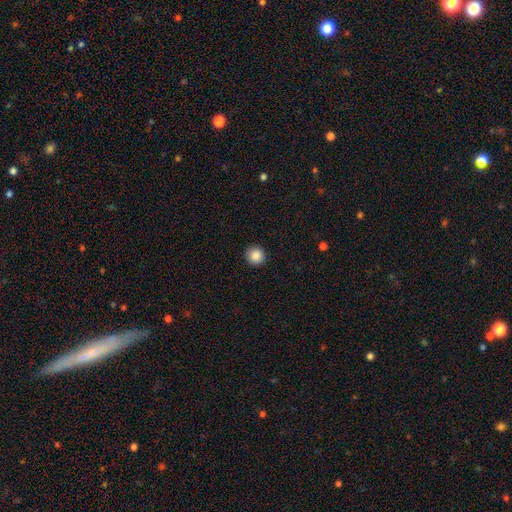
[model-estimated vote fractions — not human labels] smooth-or-featured: smooth: 87% | star or artifact: 9% | featured or disk: 4%
  how-rounded: round: 95% | in between: 4% | cigar-shaped: 1%
  merging: none: 93% | minor disturbance: 5% | major disturbance: 2% | merger: 1%